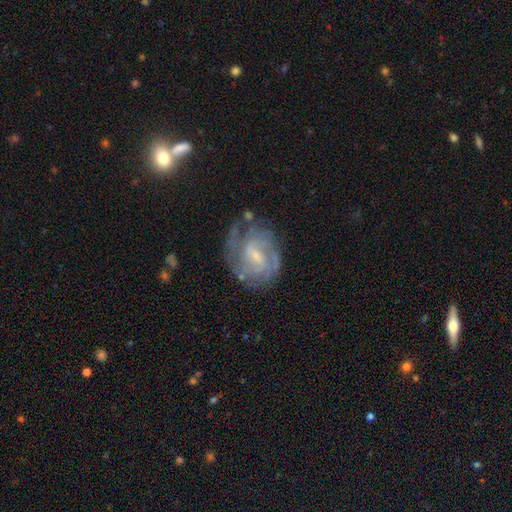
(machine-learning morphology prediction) Smooth or featured? Predicted: featured or disk (p=0.81). Edge-on disk? Predicted: no (p=0.97). Bar? Predicted: weak (p=0.58). Spiral arms? Predicted: yes (p=0.92). Spiral winding? Predicted: tight (p=0.53). Spiral arm count? Predicted: can't tell (p=0.35). Bulge size? Predicted: small (p=0.63). Merging? Predicted: none (p=0.61).